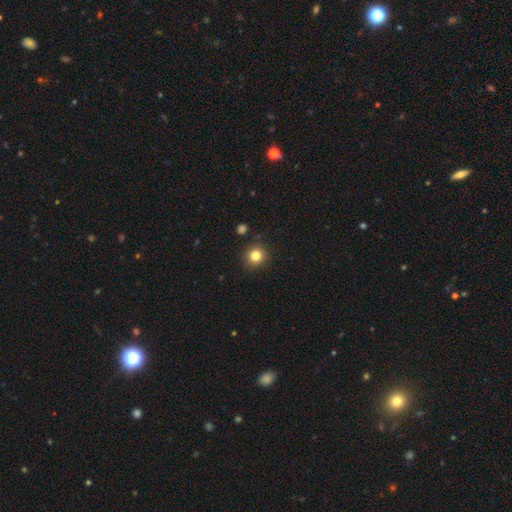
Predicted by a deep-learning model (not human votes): smooth_or_featured: smooth (p=0.82) [alt: star or artifact p=0.12]
how_rounded: round (p=0.92) [alt: in between p=0.07]
merging: none (p=0.89) [alt: minor disturbance p=0.07]